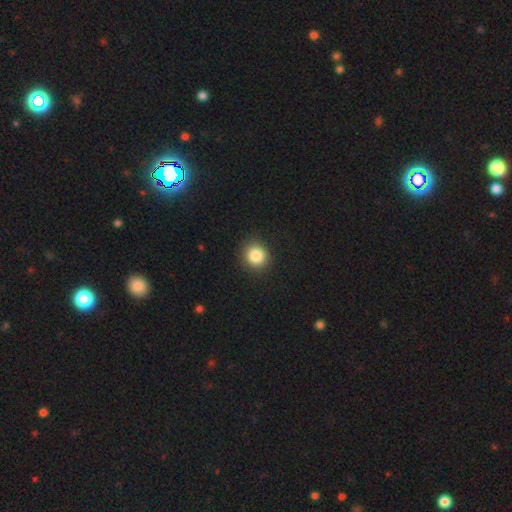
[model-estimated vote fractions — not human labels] Morphology: type=smooth (85%); roundness=round (88%); merging=none (90%).